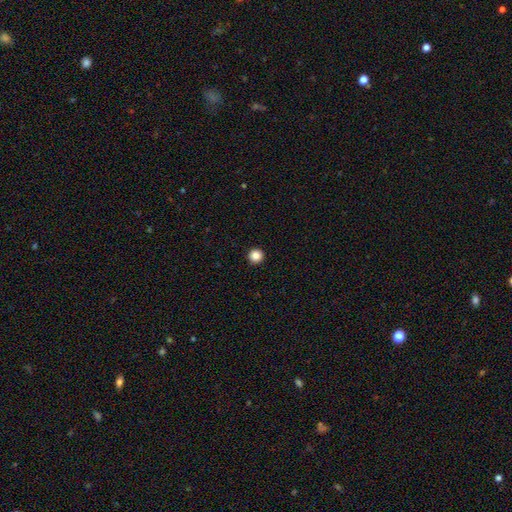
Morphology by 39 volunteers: This is clearly a smooth galaxy (87%). How rounded: clearly round (97%). Merging: clearly none (94%).